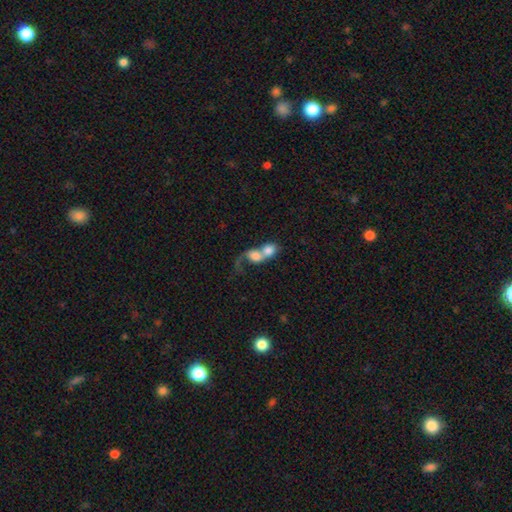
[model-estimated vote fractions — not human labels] This is likely a smooth galaxy (61%). How rounded: possibly round (52%). Merging: clearly merger (81%).